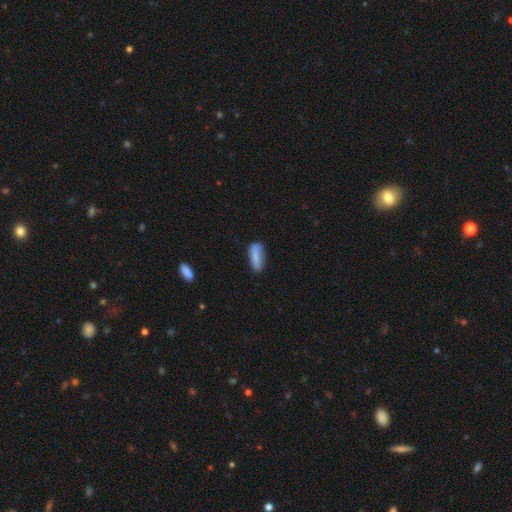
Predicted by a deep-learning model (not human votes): smooth 81%, featured or disk 12%, star or artifact 7%. Down the decision tree: how rounded — in between (61%); merging — none (72%).